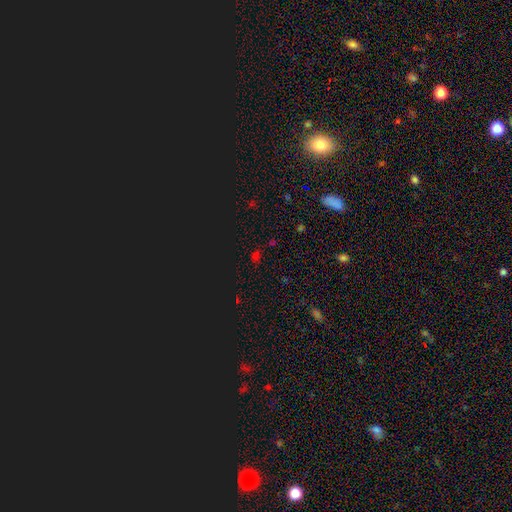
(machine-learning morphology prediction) The model was most divided on "smooth or featured": star or artifact: 58%, smooth: 36%, featured or disk: 6%.